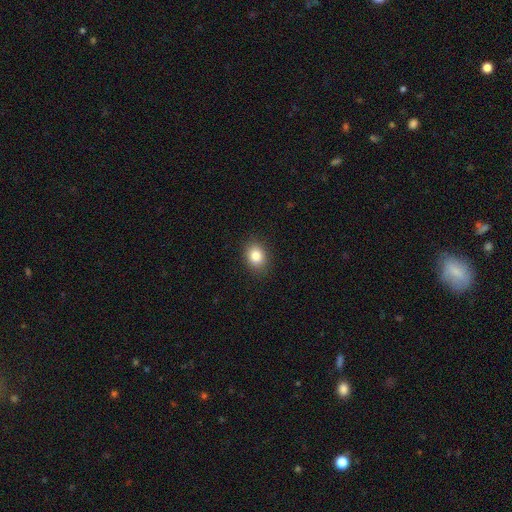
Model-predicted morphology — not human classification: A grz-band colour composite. It shows a smooth galaxy with no disk features (84%) that is in between round and cigar-shaped (55%). Merging: none (87%).